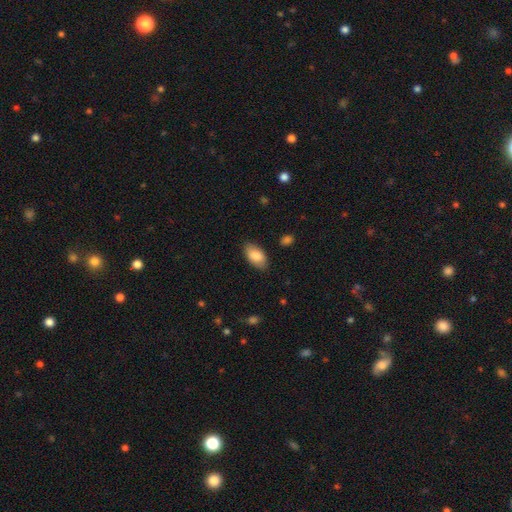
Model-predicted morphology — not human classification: smooth 86%, featured or disk 8%, star or artifact 6%. Down the decision tree: how rounded — in between (94%); merging — none (84%).